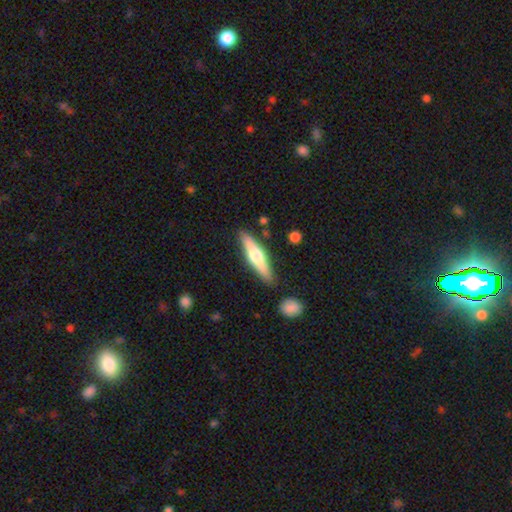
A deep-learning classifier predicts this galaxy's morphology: A featured or disk galaxy (51%) viewed edge-on (93%).

Vote fractions:
- Smooth or featured? featured or disk: 51% / smooth: 44% / star or artifact: 5%
- Edge-on disk? yes: 93% / no: 7%
- Merging? none: 85% / minor disturbance: 10% / merger: 3% / major disturbance: 2%